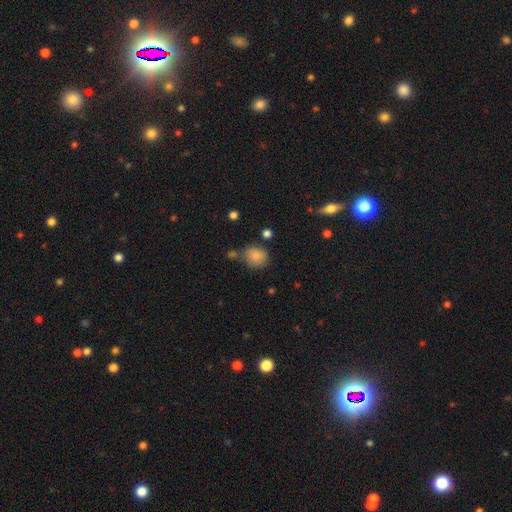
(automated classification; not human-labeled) Smooth or featured? Predicted: smooth (p=0.85). How rounded? Predicted: round (p=0.68). Merging? Predicted: none (p=0.64).